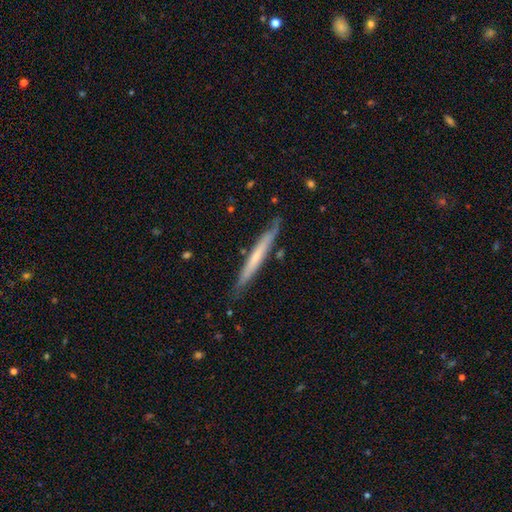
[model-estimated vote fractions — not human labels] Smooth or featured?
  - featured or disk: 58% *
  - smooth: 35%
  - star or artifact: 7%
Edge-on disk?
  - yes: 96% *
  - no: 4%
Edge-on bulge?
  - none: 58% *
  - rounded: 36%
  - boxy: 6%
Merging?
  - none: 88% *
  - minor disturbance: 10%
  - major disturbance: 2%
  - merger: 1%